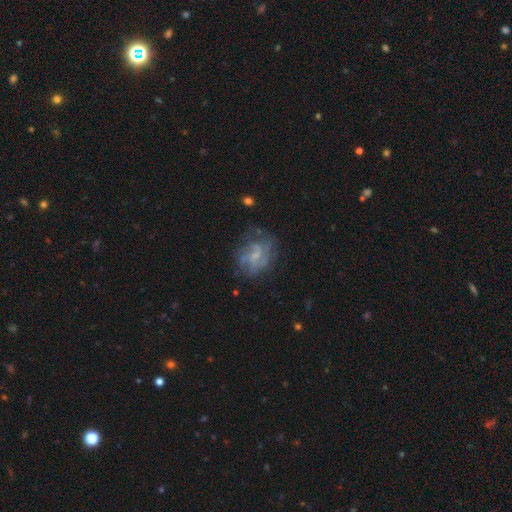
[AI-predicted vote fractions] Q: Smooth or featured?
A: featured or disk (66%); runner-up: smooth (24%)
Q: Edge-on disk?
A: no (98%); runner-up: yes (2%)
Q: Bar?
A: no (53%); runner-up: weak (40%)
Q: Spiral arms?
A: yes (73%); runner-up: no (27%)
Q: Bulge size?
A: small (52%); runner-up: none (27%)
Q: Merging?
A: none (59%); runner-up: minor disturbance (21%)